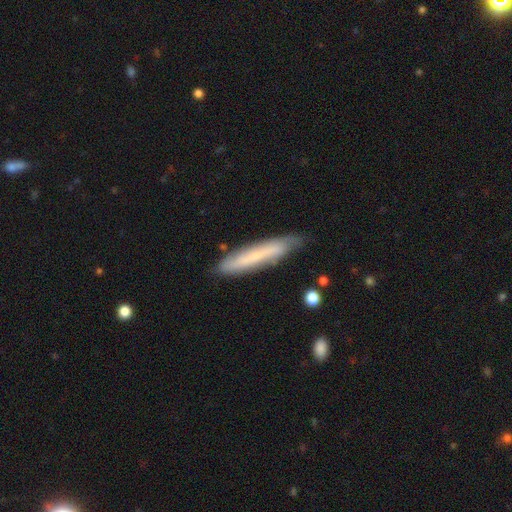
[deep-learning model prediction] This is possibly a smooth galaxy (57%). How rounded: clearly cigar-shaped (92%). Merging: likely none (79%).